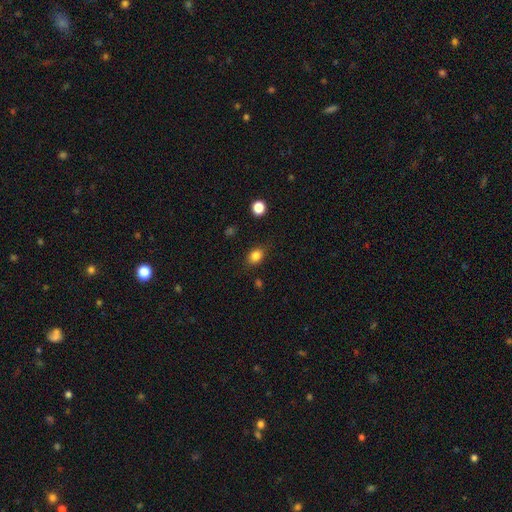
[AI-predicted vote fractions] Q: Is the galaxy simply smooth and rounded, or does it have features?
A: smooth — 83%.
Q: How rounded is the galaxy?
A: in between — 60%.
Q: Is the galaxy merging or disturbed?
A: none — 81%.